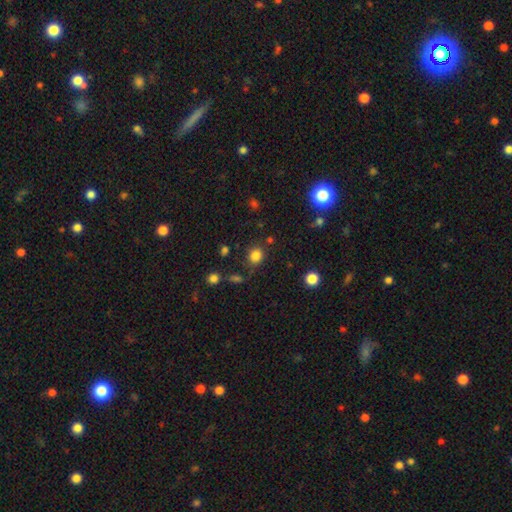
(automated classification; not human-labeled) Q: Smooth or featured?
A: smooth (83%); runner-up: star or artifact (13%)
Q: How rounded?
A: round (79%); runner-up: in between (20%)
Q: Merging?
A: none (79%); runner-up: minor disturbance (11%)